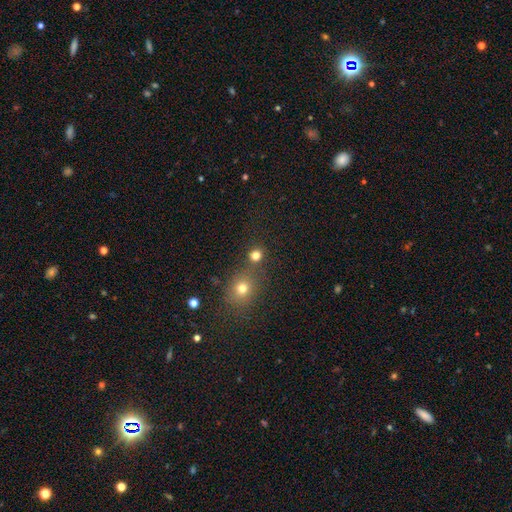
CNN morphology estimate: smooth-or-featured: smooth: 77% | star or artifact: 17% | featured or disk: 6%
  how-rounded: round: 87% | in between: 12% | cigar-shaped: 1%
  merging: none: 72% | merger: 18% | minor disturbance: 7% | major disturbance: 3%